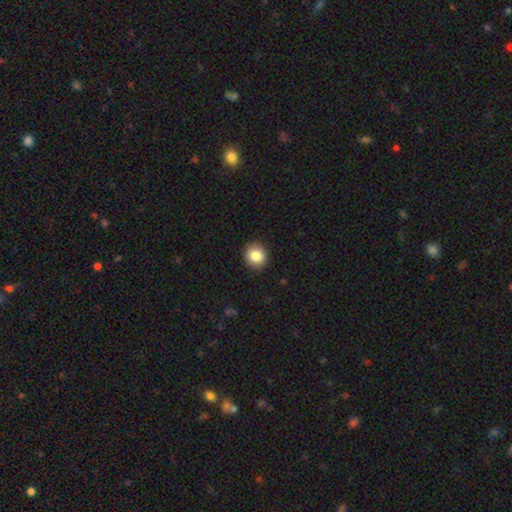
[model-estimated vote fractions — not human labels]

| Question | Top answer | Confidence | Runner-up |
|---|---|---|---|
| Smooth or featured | smooth | 85% | star or artifact (9%) |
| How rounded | round | 78% | in between (21%) |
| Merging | none | 90% | minor disturbance (7%) |